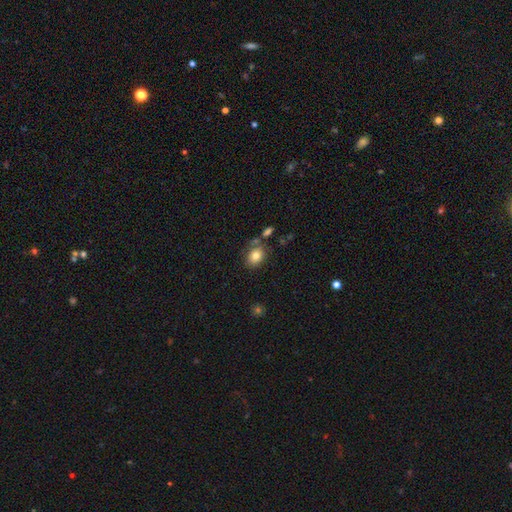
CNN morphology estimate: smooth 80%, featured or disk 10%, star or artifact 9%. Down the decision tree: how rounded — in between (58%); merging — none (69%).